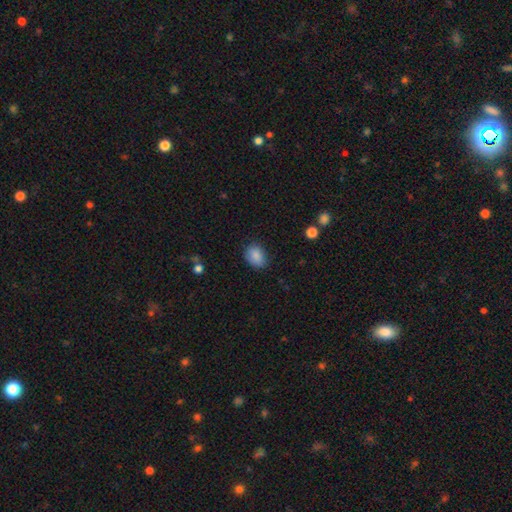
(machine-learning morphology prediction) This appears to be a smooth galaxy with no disk features (87%) that is in between round and cigar-shaped (65%). Merging: none (73%).